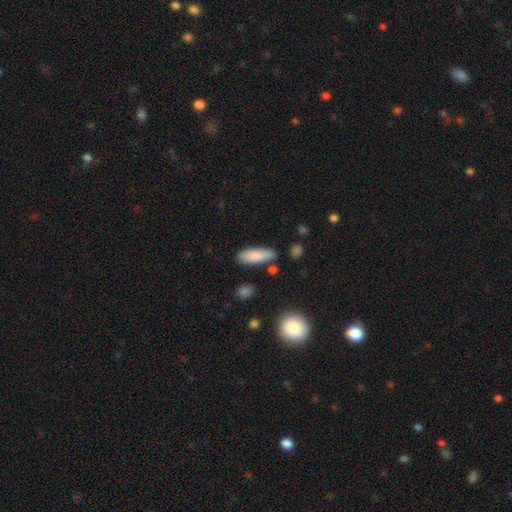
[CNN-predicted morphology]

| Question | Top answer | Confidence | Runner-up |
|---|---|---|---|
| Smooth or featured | smooth | 86% | featured or disk (8%) |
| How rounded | in between | 62% | cigar-shaped (36%) |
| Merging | none | 81% | minor disturbance (13%) |